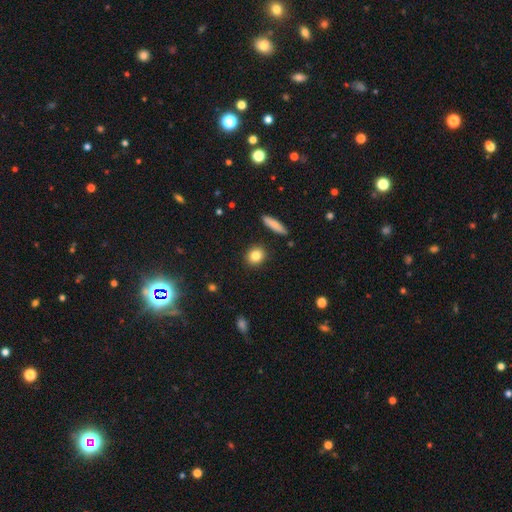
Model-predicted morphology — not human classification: smooth-or-featured: smooth: 83% | star or artifact: 9% | featured or disk: 8%
  how-rounded: round: 75% | in between: 22% | cigar-shaped: 3%
  merging: none: 90% | minor disturbance: 6% | merger: 2% | major disturbance: 2%